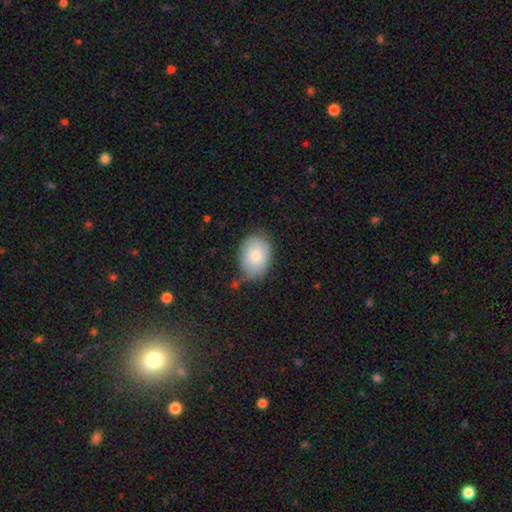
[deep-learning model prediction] Morphology: type=smooth (79%); roundness=in between (76%); merging=none (68%).